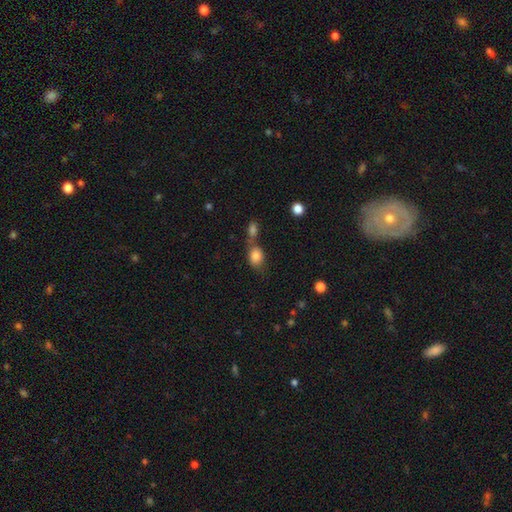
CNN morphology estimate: A smooth galaxy with no disk features (84%) that is in between round and cigar-shaped (66%).

Vote fractions:
- Smooth or featured? smooth: 84% / star or artifact: 9% / featured or disk: 7%
- How rounded? in between: 66% / round: 32% / cigar-shaped: 2%
- Merging? merger: 43% / none: 38% / minor disturbance: 13% / major disturbance: 6%